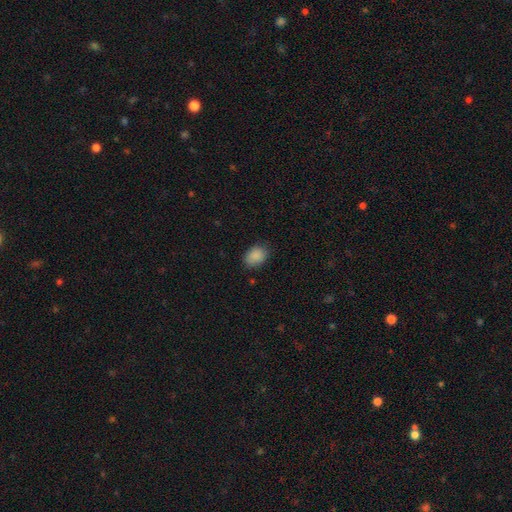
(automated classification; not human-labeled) Morphology: type=smooth (88%); roundness=in between (72%); merging=none (79%).